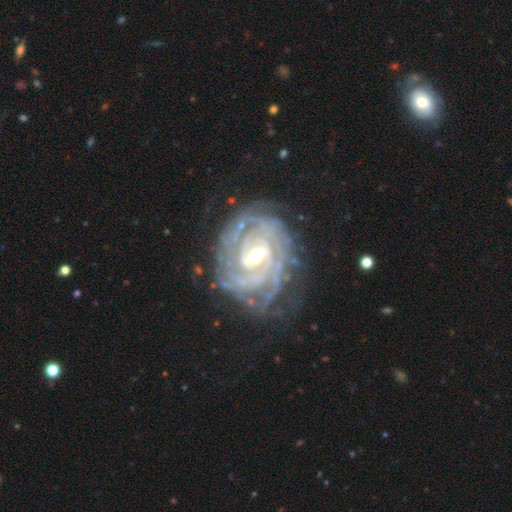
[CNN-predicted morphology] This is clearly a featured or disk galaxy (90%). It is clearly not viewed edge-on (96%). Bar: possibly weak (47%). Spiral arm pattern: clearly yes (97%). Spiral arm count: marginally can't tell (31%). Spiral winding: clearly tight (81%). Central bulge: possibly moderate (57%). Merging: likely none (72%).